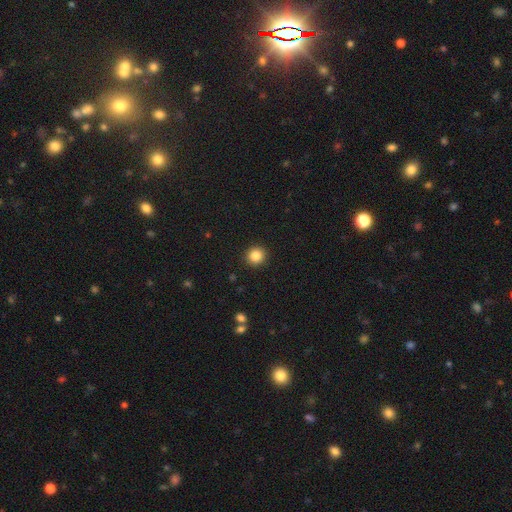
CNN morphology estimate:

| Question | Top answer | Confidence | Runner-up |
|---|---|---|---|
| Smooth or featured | smooth | 85% | star or artifact (10%) |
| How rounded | round | 93% | in between (6%) |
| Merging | none | 92% | minor disturbance (5%) |